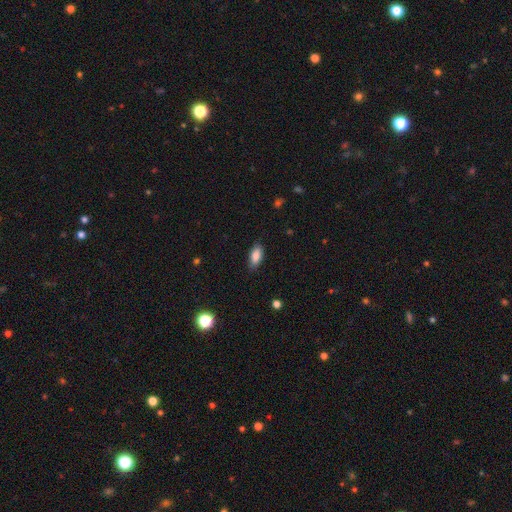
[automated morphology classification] Smooth or featured: smooth — 85% (featured or disk — 8%)
How rounded: in between — 87% (cigar-shaped — 10%)
Merging: none — 84% (minor disturbance — 12%)